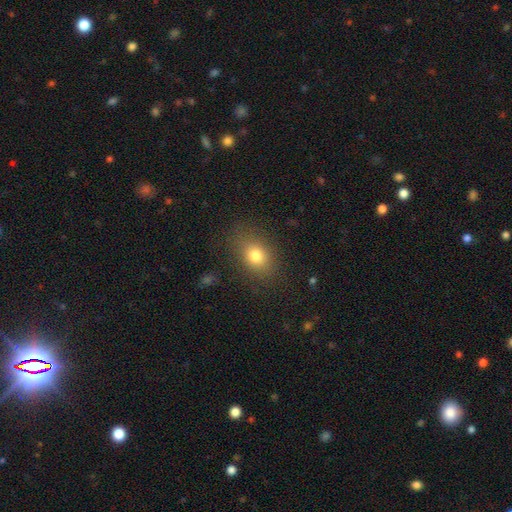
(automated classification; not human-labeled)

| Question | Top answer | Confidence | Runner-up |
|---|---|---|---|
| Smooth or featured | smooth | 78% | star or artifact (12%) |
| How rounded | in between | 60% | round (39%) |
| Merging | none | 82% | minor disturbance (12%) |